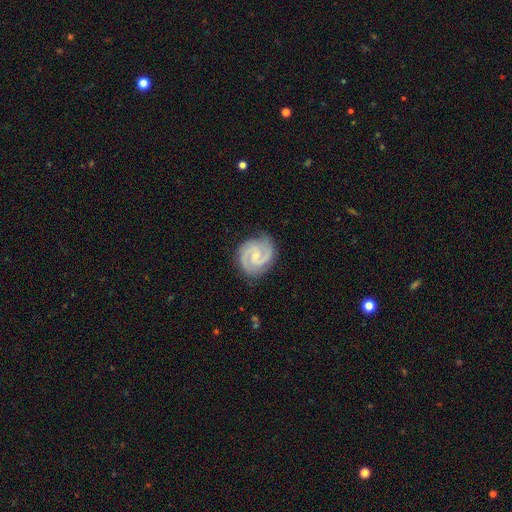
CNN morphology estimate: smooth_or_featured: featured or disk (p=0.92) [alt: smooth p=0.04]
disk_edge_on: no (p=0.98) [alt: yes p=0.02]
bar: weak (p=0.46) [alt: no p=0.43]
has_spiral_arms: yes (p=0.99) [alt: no p=0.01]
spiral_winding: tight (p=0.48) [alt: medium p=0.46]
spiral_arm_count: 2 (p=0.90) [alt: 3 p=0.04]
bulge_size: small (p=0.63) [alt: moderate p=0.25]
merging: none (p=0.81) [alt: minor disturbance p=0.14]